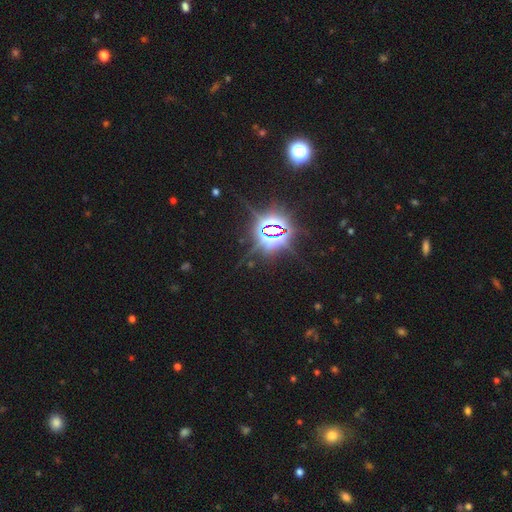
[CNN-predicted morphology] A star or artifact, not a galaxy (85%).

Vote fractions:
- Smooth or featured? star or artifact: 85% / smooth: 9% / featured or disk: 6%